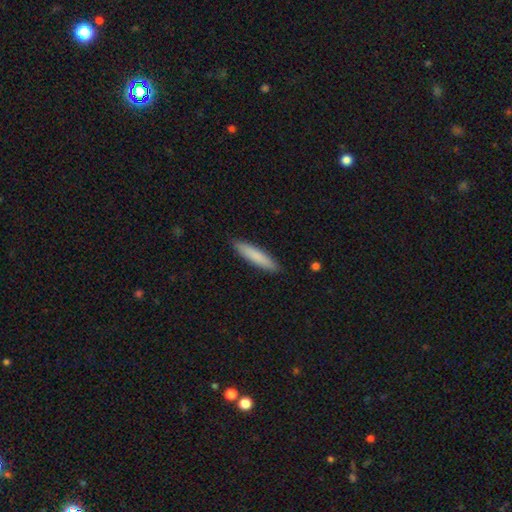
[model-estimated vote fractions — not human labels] A smooth galaxy with no disk features (83%) that is cigar-shaped (87%).

Vote fractions:
- Smooth or featured? smooth: 83% / featured or disk: 11% / star or artifact: 5%
- How rounded? cigar-shaped: 87% / in between: 12% / round: 1%
- Merging? none: 91% / minor disturbance: 7% / major disturbance: 1% / merger: 1%